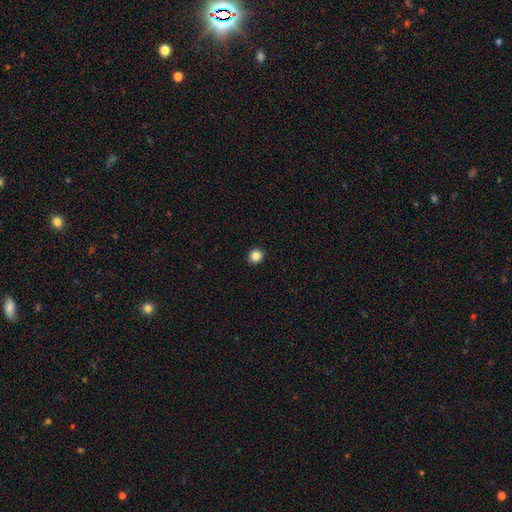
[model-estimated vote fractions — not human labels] Smooth or featured? Predicted: smooth (p=0.85). How rounded? Predicted: round (p=0.88). Merging? Predicted: none (p=0.92).